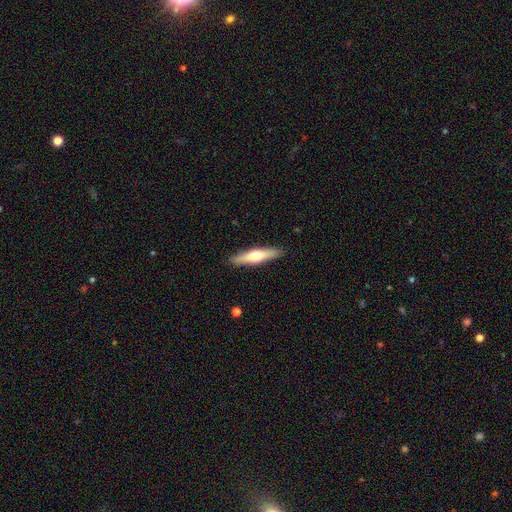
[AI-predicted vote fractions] featured or disk 51%, smooth 44%, star or artifact 5%. Down the decision tree: edge-on disk — yes (94%); merging — none (90%).